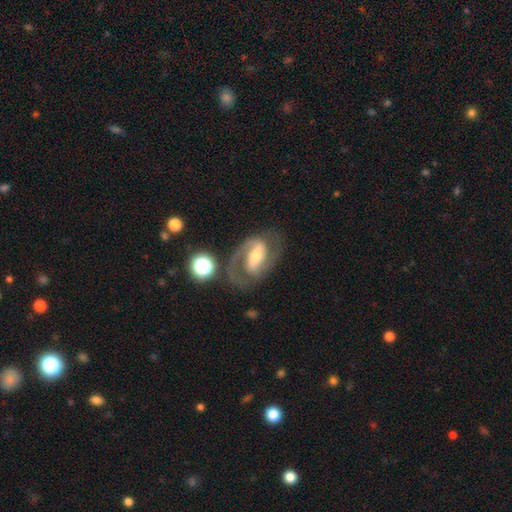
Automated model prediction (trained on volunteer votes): Q: Smooth or featured?
A: featured or disk (86%); runner-up: smooth (9%)
Q: Edge-on disk?
A: no (97%); runner-up: yes (3%)
Q: Bar?
A: strong (47%); runner-up: weak (36%)
Q: Spiral arms?
A: yes (95%); runner-up: no (5%)
Q: Spiral winding?
A: medium (55%); runner-up: tight (26%)
Q: Spiral arm count?
A: 2 (83%); runner-up: 1 (10%)
Q: Bulge size?
A: moderate (53%); runner-up: small (38%)
Q: Merging?
A: none (68%); runner-up: minor disturbance (16%)